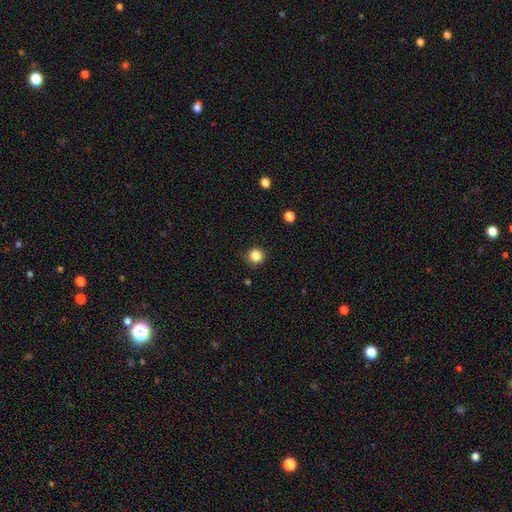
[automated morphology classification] Q: Smooth or featured?
A: smooth (85%); runner-up: star or artifact (11%)
Q: How rounded?
A: round (94%); runner-up: in between (6%)
Q: Merging?
A: none (88%); runner-up: minor disturbance (9%)